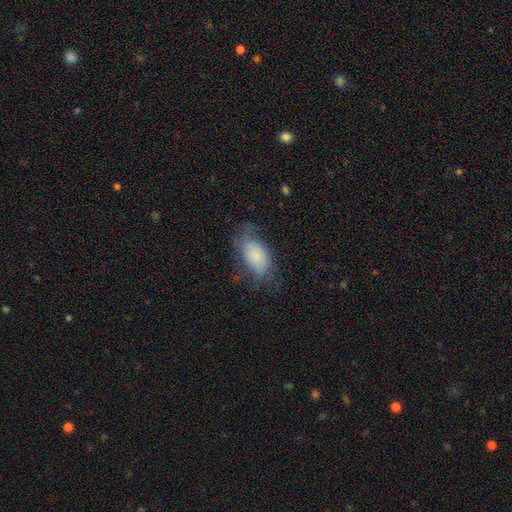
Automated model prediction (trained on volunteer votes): Smooth or featured? Predicted: smooth (p=0.64). How rounded? Predicted: in between (p=0.92). Merging? Predicted: none (p=0.49).